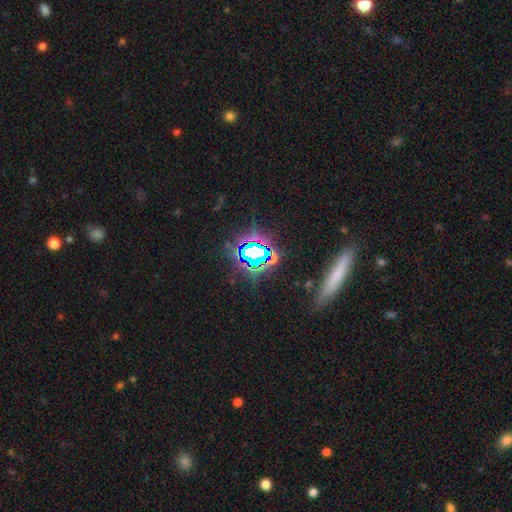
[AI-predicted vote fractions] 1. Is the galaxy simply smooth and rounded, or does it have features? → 62% star or artifact, 24% smooth, 14% featured or disk.